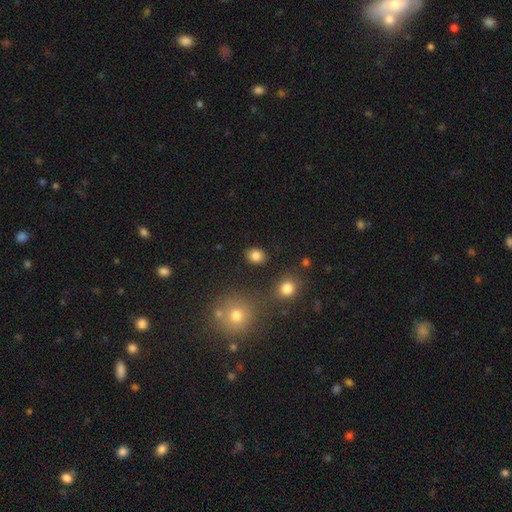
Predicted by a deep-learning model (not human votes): Smooth or featured: smooth — 84% (star or artifact — 11%)
How rounded: round — 55% (in between — 44%)
Merging: none — 87% (minor disturbance — 8%)